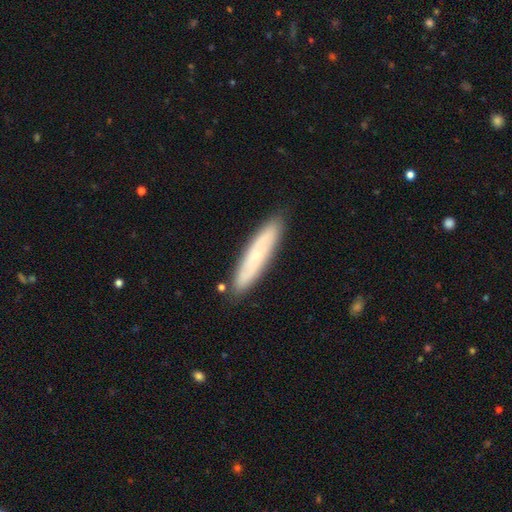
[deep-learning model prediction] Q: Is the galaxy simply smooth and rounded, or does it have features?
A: smooth — 56%.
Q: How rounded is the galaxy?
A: cigar-shaped — 84%.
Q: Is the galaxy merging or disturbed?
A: none — 86%.